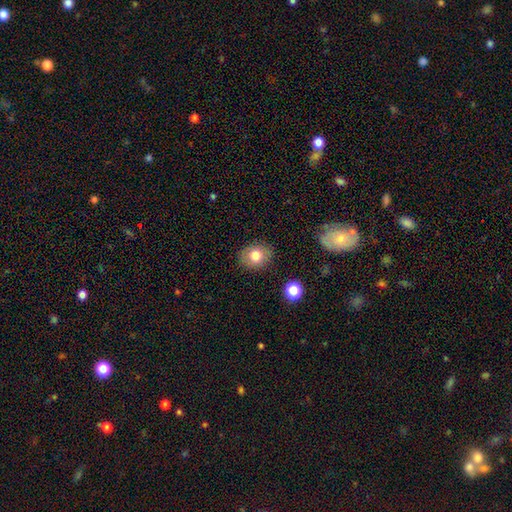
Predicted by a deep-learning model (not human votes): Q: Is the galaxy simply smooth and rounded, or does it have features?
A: smooth — 77%.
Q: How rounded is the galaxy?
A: round — 57%.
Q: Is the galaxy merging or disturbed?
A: none — 85%.